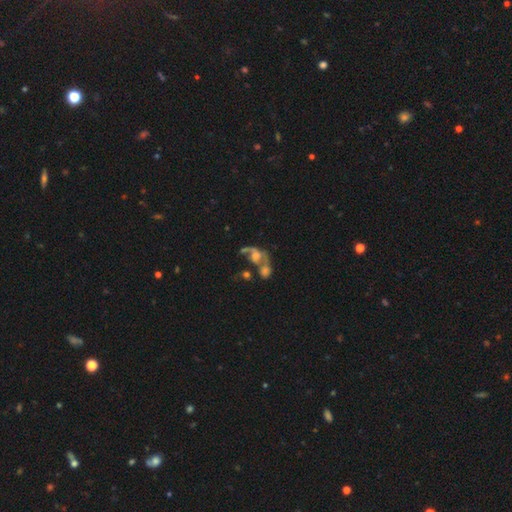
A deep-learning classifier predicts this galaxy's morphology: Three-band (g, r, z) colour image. It shows a featured or disk galaxy (55%) with no bar (77%), spiral arms (54%) and a moderate central bulge (34%). Merging: merger (55%).